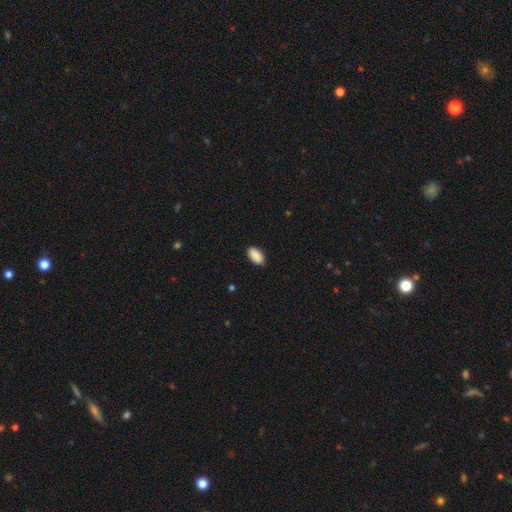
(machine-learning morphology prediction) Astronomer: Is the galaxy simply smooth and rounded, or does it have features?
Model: smooth — 91%.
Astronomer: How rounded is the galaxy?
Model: in between — 95%.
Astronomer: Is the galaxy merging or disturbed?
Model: none — 88%.